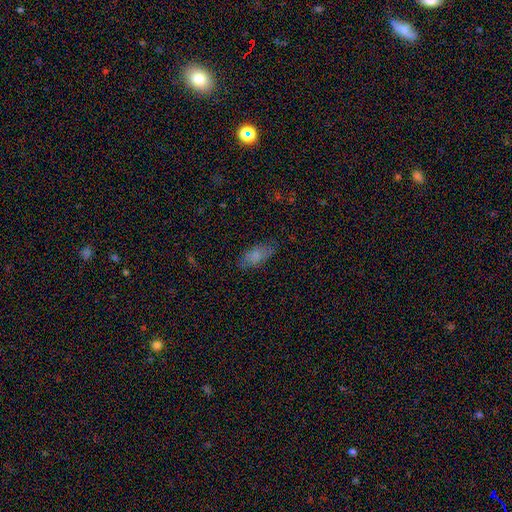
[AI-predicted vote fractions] A smooth galaxy with no disk features (78%) that is in between round and cigar-shaped (86%). Merging: none (74%).